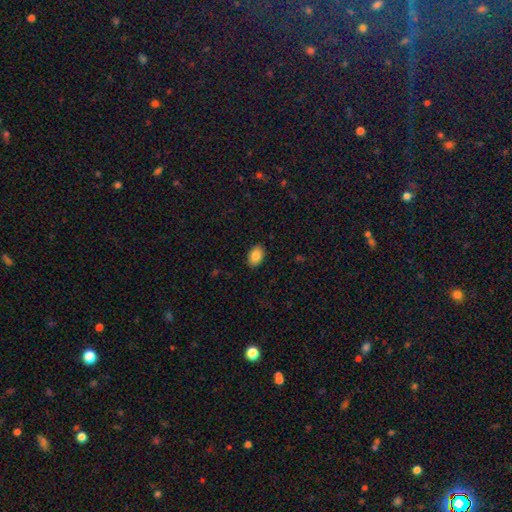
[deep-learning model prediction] A smooth galaxy with no disk features (86%) that is in between round and cigar-shaped (89%). Merging: none (88%).